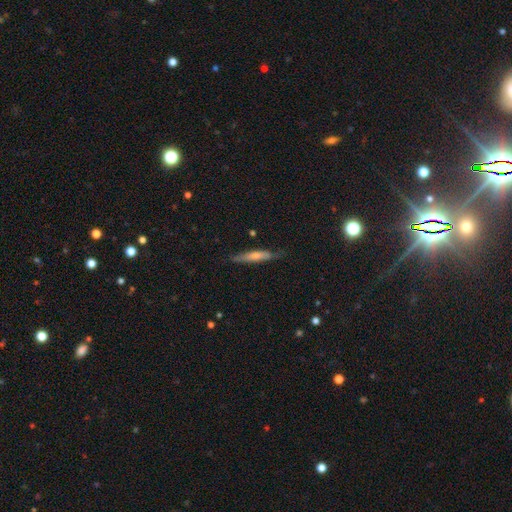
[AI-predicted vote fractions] This appears to be a featured or disk galaxy (51%) viewed edge-on (89%). Merging: none (79%).